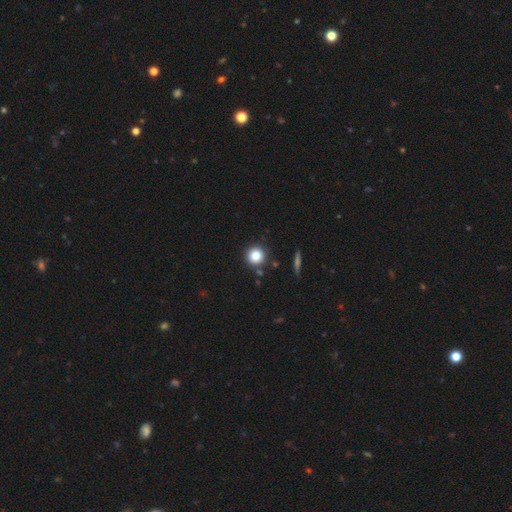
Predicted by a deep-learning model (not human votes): This appears to be a smooth galaxy with no disk features (85%) that is round (94%). Merging: none (85%).